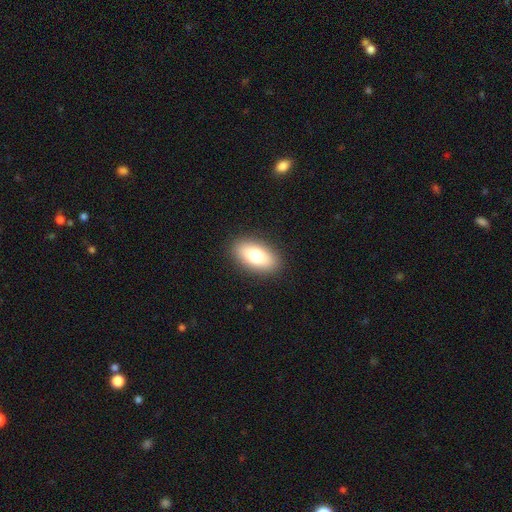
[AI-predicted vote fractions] This is likely a smooth galaxy (76%). How rounded: clearly in between (90%). Merging: clearly none (89%).